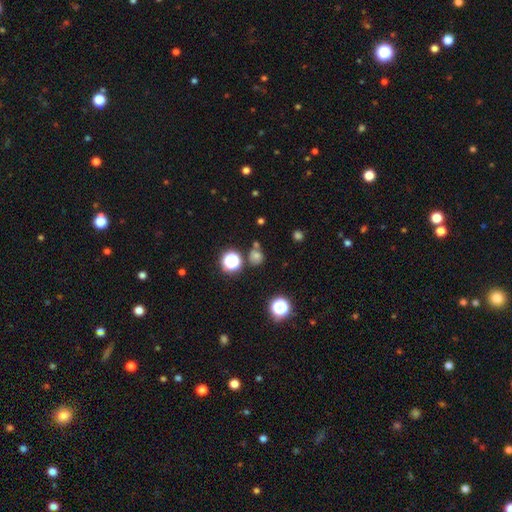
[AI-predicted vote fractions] Smooth or featured? smooth (46%)
Merging? none (75%)